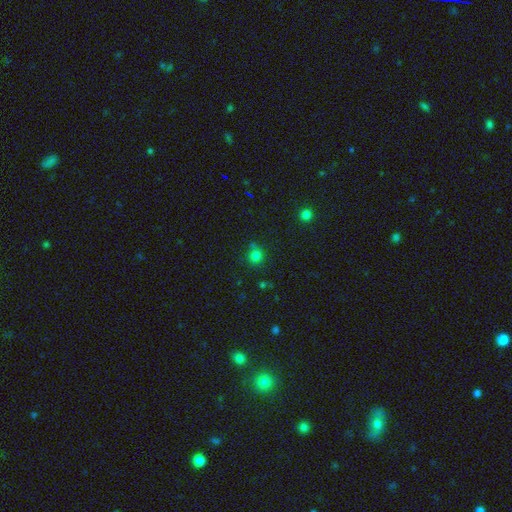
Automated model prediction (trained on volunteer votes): Morphology: type=smooth (77%); roundness=round (86%); merging=none (68%).